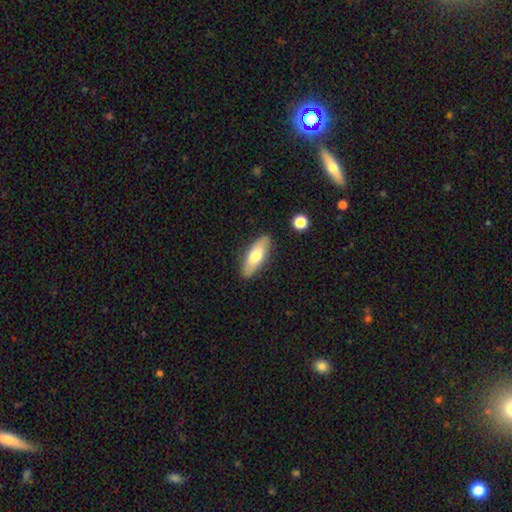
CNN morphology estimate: smooth_or_featured: smooth (p=0.63) [alt: featured or disk p=0.31]
how_rounded: in between (p=0.66) [alt: cigar-shaped p=0.31]
merging: none (p=0.86) [alt: minor disturbance p=0.10]